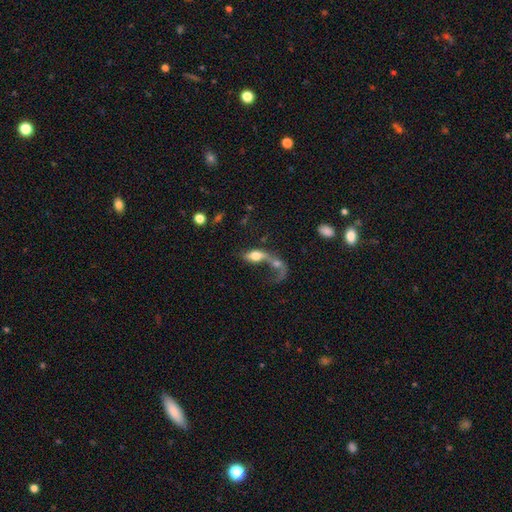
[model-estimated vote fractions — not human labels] Smooth or featured? smooth (51%)
How rounded? in between (74%)
Merging? merger (54%)